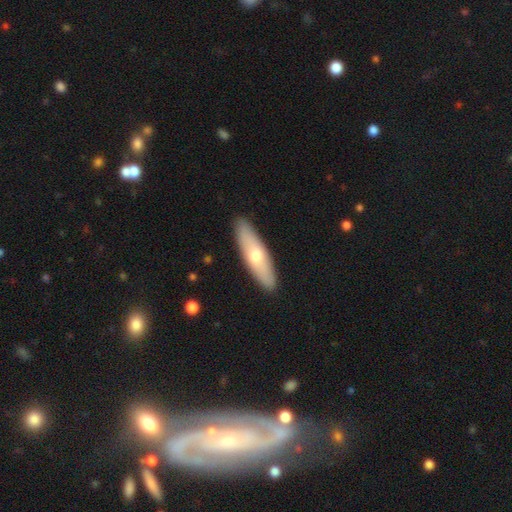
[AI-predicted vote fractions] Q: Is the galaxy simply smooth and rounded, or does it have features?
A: smooth — 59%.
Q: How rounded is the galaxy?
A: cigar-shaped — 59%.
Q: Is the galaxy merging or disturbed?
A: none — 90%.